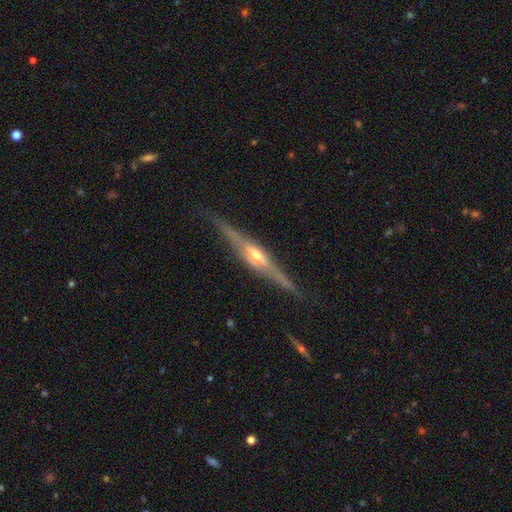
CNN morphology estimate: This is clearly a featured or disk galaxy (87%). It is clearly viewed edge-on (97%). Edge-on bulge: clearly rounded (90%). Merging: clearly none (87%).